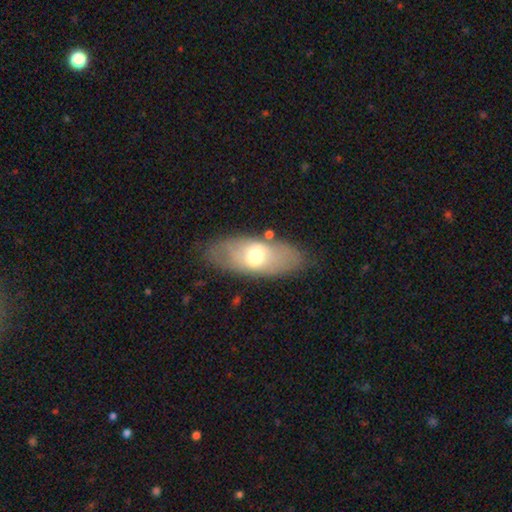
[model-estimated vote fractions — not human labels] Smooth or featured? smooth (52%)
How rounded? in between (85%)
Merging? none (78%)